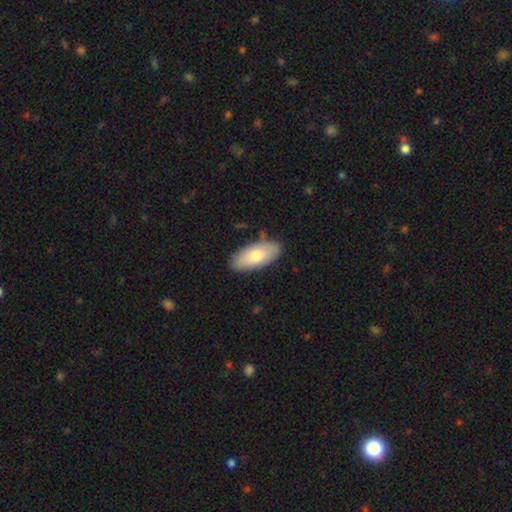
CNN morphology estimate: Smooth or featured?
  - smooth: 75% *
  - featured or disk: 20%
  - star or artifact: 6%
How rounded?
  - in between: 88% *
  - cigar-shaped: 10%
  - round: 2%
Merging?
  - none: 84% *
  - minor disturbance: 12%
  - major disturbance: 2%
  - merger: 2%